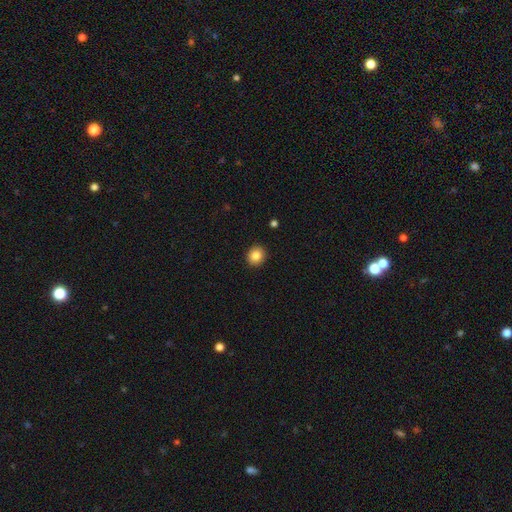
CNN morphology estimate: Overall: smooth (85%). How rounded: round (78%). Merging: none (92%).